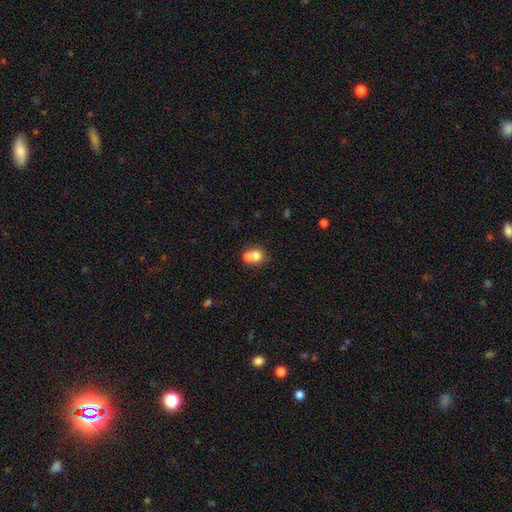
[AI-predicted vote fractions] Smooth or featured? Predicted: smooth (p=0.73). How rounded? Predicted: round (p=0.76). Merging? Predicted: merger (p=0.61).